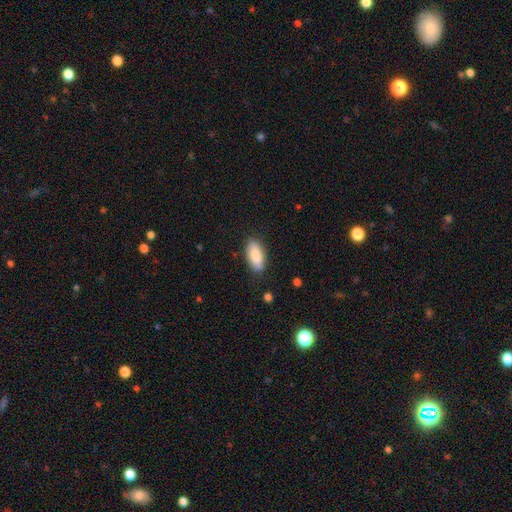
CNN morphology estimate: Smooth or featured?
  - smooth: 85% *
  - featured or disk: 9%
  - star or artifact: 6%
How rounded?
  - in between: 87% *
  - cigar-shaped: 10%
  - round: 2%
Merging?
  - none: 86% *
  - minor disturbance: 11%
  - major disturbance: 2%
  - merger: 1%